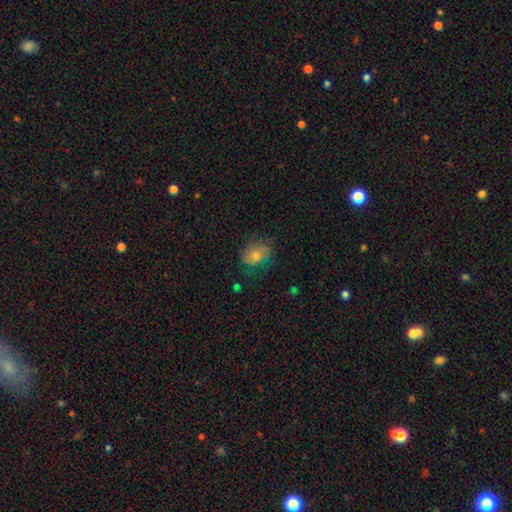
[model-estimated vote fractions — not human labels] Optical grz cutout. It shows a smooth galaxy with no disk features (50%) that is in between round and cigar-shaped (55%). Merging: none (70%).